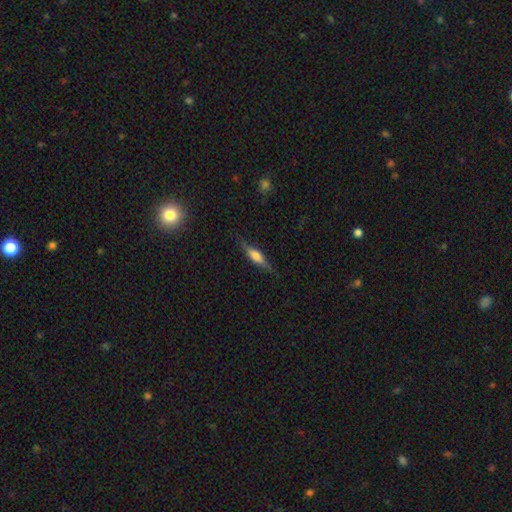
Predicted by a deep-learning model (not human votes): Smooth or featured? featured or disk (53%)
Edge-on disk? yes (95%)
Edge-on bulge? rounded (69%)
Merging? none (84%)